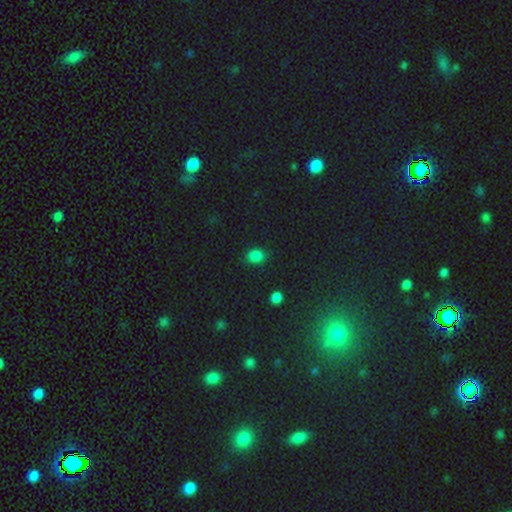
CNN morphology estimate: smooth-or-featured: smooth: 80% | star or artifact: 16% | featured or disk: 4%
  how-rounded: round: 50% | in between: 49% | cigar-shaped: 1%
  merging: none: 82% | minor disturbance: 13% | major disturbance: 4% | merger: 2%